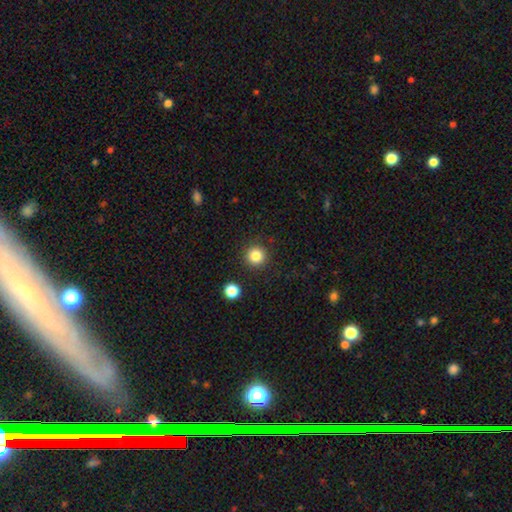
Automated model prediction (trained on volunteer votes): smooth-or-featured: smooth: 84% | star or artifact: 11% | featured or disk: 5%
  how-rounded: round: 95% | in between: 4% | cigar-shaped: 1%
  merging: none: 91% | minor disturbance: 5% | major disturbance: 2% | merger: 2%